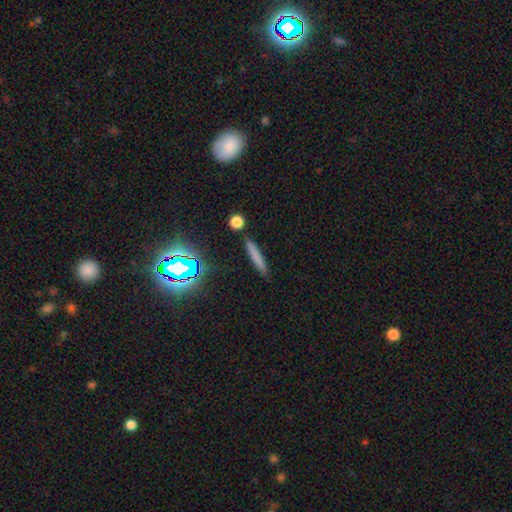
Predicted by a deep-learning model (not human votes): Smooth or featured: smooth — 70% (featured or disk — 17%)
How rounded: cigar-shaped — 92% (in between — 6%)
Merging: none — 86% (minor disturbance — 9%)